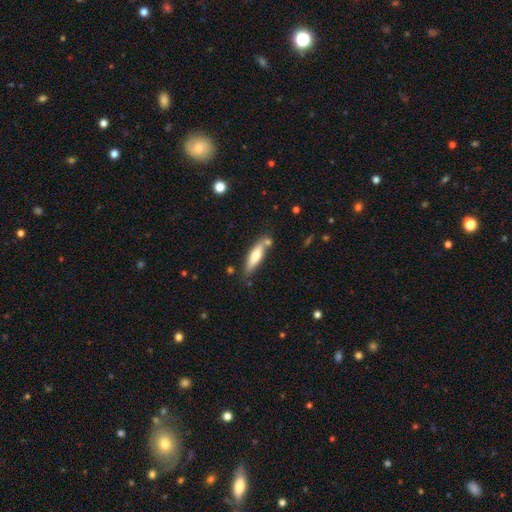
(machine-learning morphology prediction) Smooth or featured: smooth — 61% (featured or disk — 33%)
How rounded: cigar-shaped — 69% (in between — 29%)
Merging: none — 70% (minor disturbance — 15%)